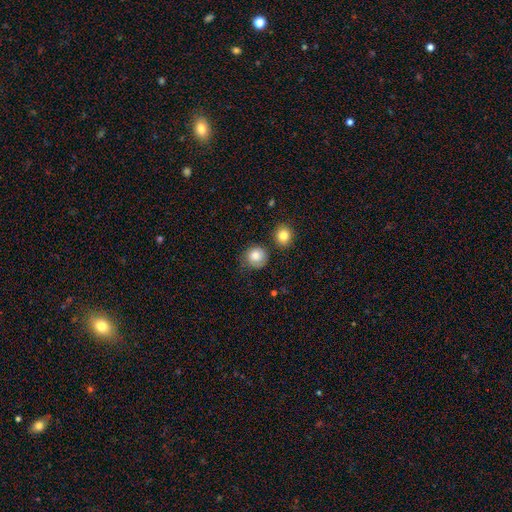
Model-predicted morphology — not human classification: A smooth galaxy with no disk features (81%) that is round (88%). Merging: none (71%).